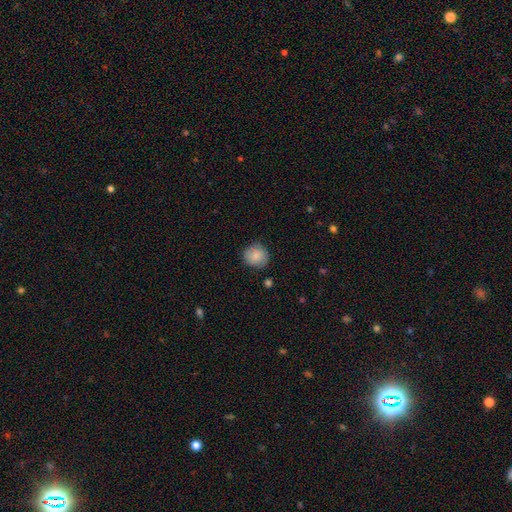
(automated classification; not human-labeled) Smooth or featured?
  - smooth: 85% *
  - star or artifact: 8%
  - featured or disk: 7%
How rounded?
  - round: 89% *
  - in between: 10%
  - cigar-shaped: 1%
Merging?
  - none: 83% *
  - minor disturbance: 13%
  - major disturbance: 3%
  - merger: 2%